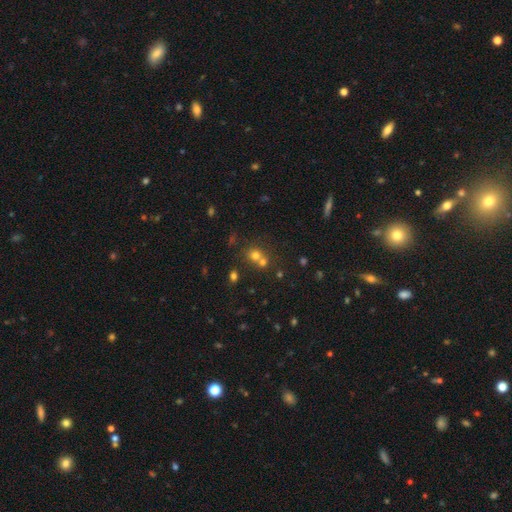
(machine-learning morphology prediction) The model was most divided on "merging": merger: 50%, none: 41%, minor disturbance: 7%, major disturbance: 3%. More confident: how rounded — round (77%); smooth or featured — smooth (66%).